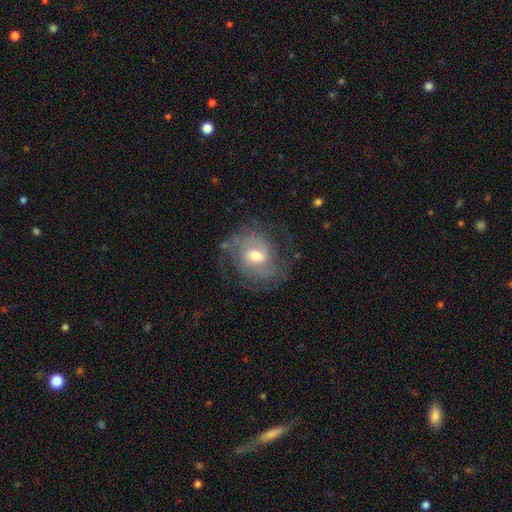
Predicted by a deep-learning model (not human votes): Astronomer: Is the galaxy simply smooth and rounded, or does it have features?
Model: featured or disk — 79%.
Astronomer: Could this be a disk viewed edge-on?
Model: no — 97%.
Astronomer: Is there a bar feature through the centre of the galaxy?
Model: weak — 49% (runner-up: no, 39%).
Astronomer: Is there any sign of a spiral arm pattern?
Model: yes — 91%.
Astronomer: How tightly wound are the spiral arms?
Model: medium — 42% (runner-up: tight, 41%).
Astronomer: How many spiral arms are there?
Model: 2 — 59%.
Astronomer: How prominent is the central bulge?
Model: moderate — 65%.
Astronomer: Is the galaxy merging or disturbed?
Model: none — 65%.